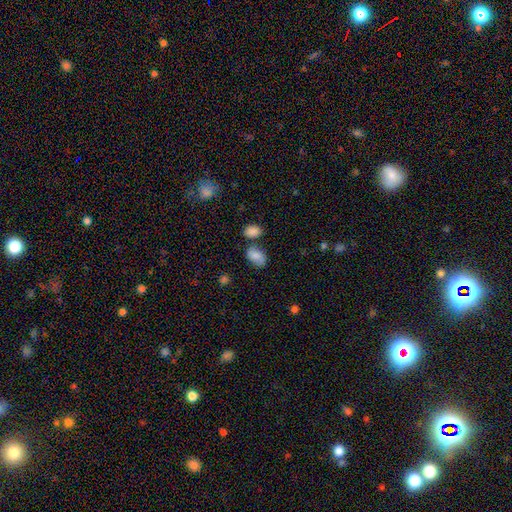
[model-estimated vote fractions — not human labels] Smooth or featured? smooth (75%)
How rounded? in between (88%)
Merging? none (61%)